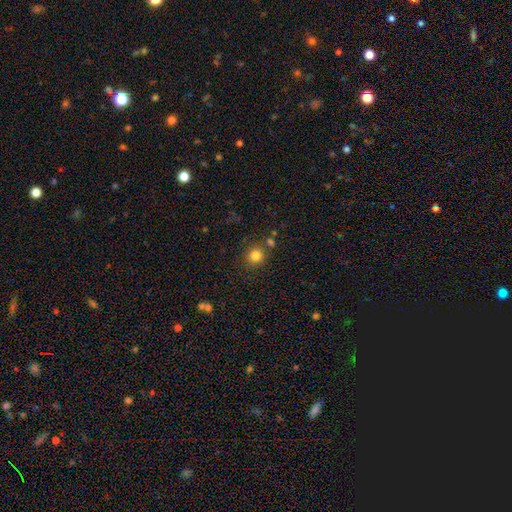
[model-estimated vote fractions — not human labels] Overall: smooth (82%). How rounded: round (87%). Merging: none (80%).